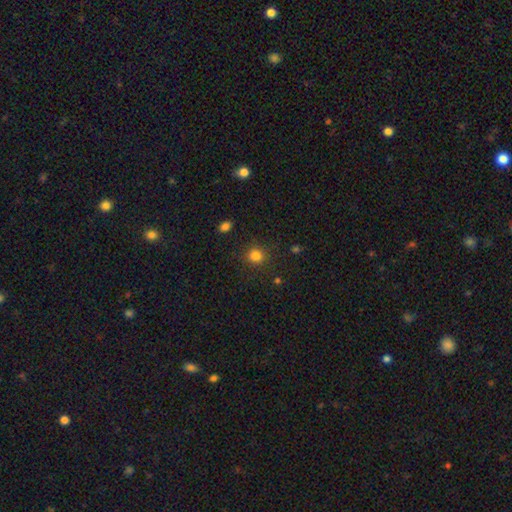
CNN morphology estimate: A smooth galaxy with no disk features (82%) that is round (88%).

Vote fractions:
- Smooth or featured? smooth: 82% / star or artifact: 13% / featured or disk: 5%
- How rounded? round: 88% / in between: 11% / cigar-shaped: 1%
- Merging? none: 88% / minor disturbance: 8% / major disturbance: 3% / merger: 2%